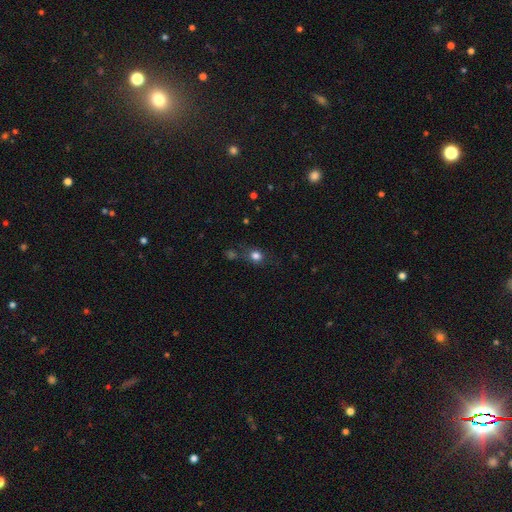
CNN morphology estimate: smooth-or-featured: smooth: 78% | star or artifact: 15% | featured or disk: 7%
  how-rounded: round: 74% | in between: 24% | cigar-shaped: 1%
  merging: none: 70% | minor disturbance: 15% | merger: 8% | major disturbance: 7%